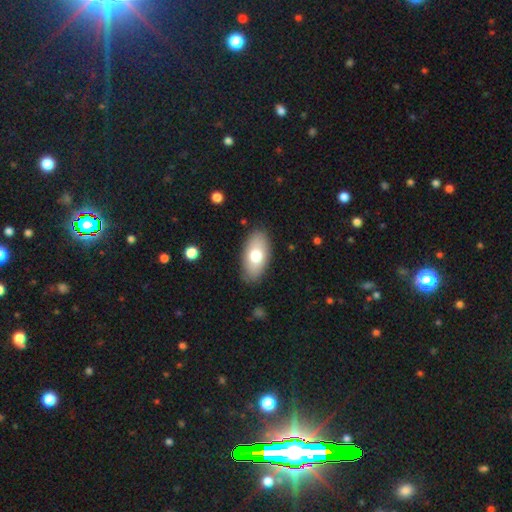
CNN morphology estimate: Overall: smooth (71%). How rounded: in between (92%). Merging: none (86%).